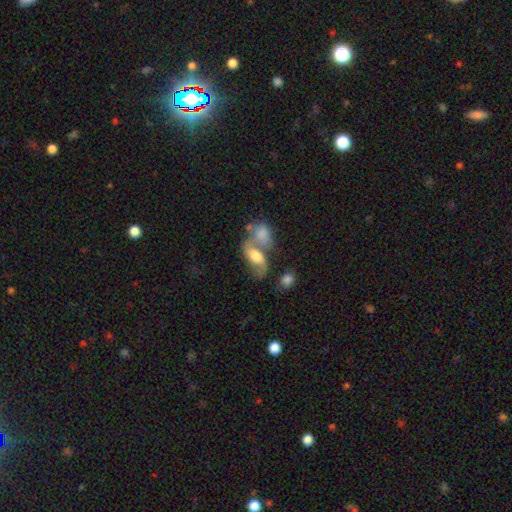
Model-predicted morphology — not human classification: Smooth or featured? Predicted: featured or disk (p=0.51). Edge-on disk? Predicted: no (p=0.93). Merging? Predicted: merger (p=0.51).